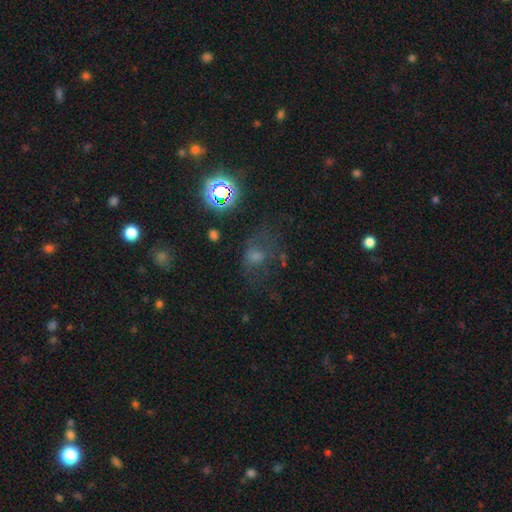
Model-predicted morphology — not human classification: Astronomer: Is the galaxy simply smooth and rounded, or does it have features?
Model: star or artifact — 42% (runner-up: smooth, 34%).